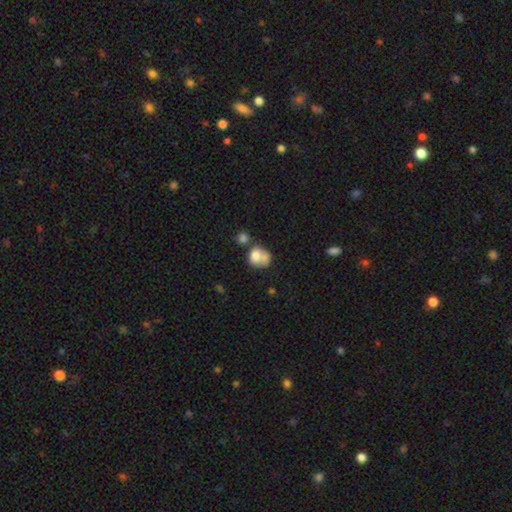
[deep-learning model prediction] smooth 72%, featured or disk 18%, star or artifact 9%. Down the decision tree: how rounded — round (53%); merging — merger (53%).